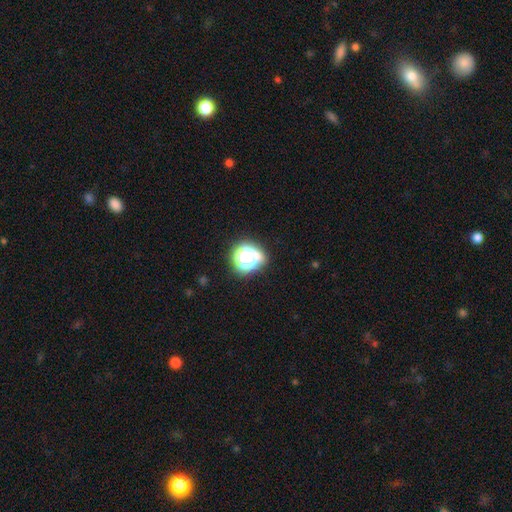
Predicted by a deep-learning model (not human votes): The model was most divided on "smooth or featured": smooth: 44%, star or artifact: 43%, featured or disk: 13%. More confident: merging — none (68%).